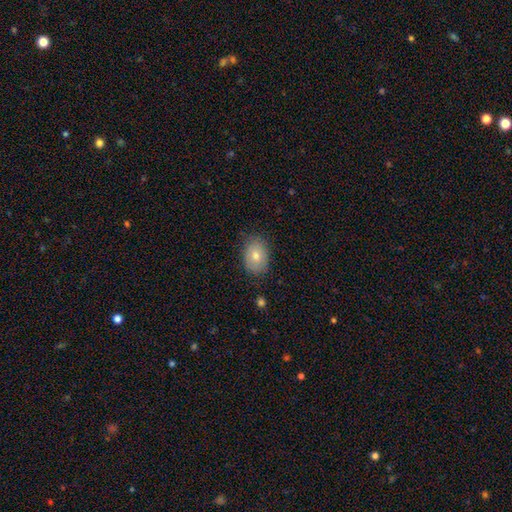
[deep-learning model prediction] Q: Smooth or featured?
A: smooth (73%); runner-up: featured or disk (19%)
Q: How rounded?
A: in between (76%); runner-up: round (23%)
Q: Merging?
A: none (83%); runner-up: minor disturbance (13%)